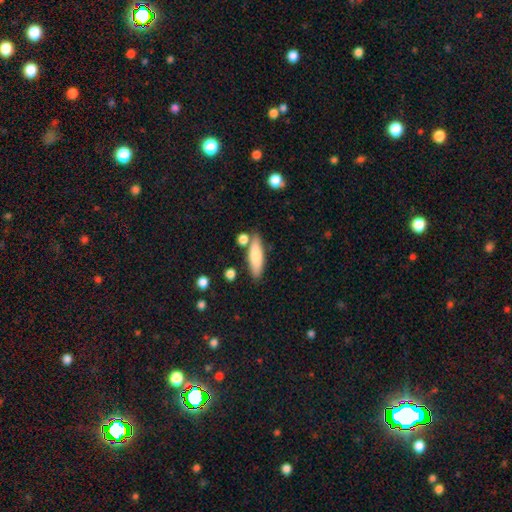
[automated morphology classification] Smooth or featured?
  - smooth: 77% *
  - featured or disk: 17%
  - star or artifact: 6%
How rounded?
  - cigar-shaped: 58% *
  - in between: 40%
  - round: 2%
Merging?
  - none: 75% *
  - minor disturbance: 13%
  - merger: 9%
  - major disturbance: 3%